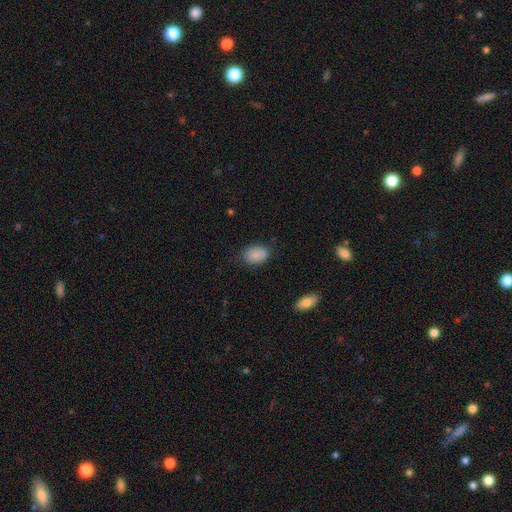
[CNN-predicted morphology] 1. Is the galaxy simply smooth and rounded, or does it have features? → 88% smooth, 8% star or artifact, 4% featured or disk.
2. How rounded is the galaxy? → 80% in between, 19% round, 1% cigar-shaped.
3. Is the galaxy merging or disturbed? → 79% none, 16% minor disturbance, 4% major disturbance, 1% merger.